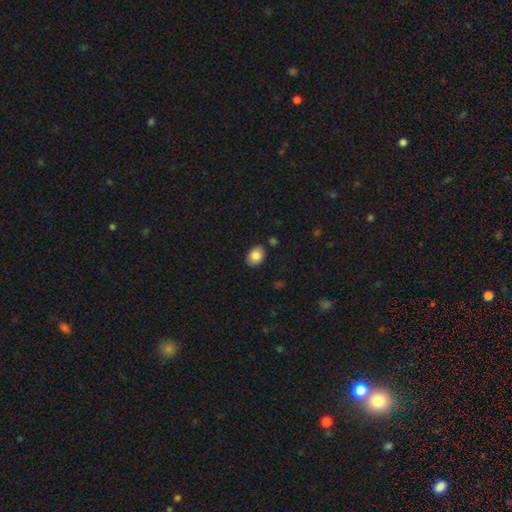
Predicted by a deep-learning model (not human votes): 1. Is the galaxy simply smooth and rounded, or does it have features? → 84% smooth, 8% featured or disk, 8% star or artifact.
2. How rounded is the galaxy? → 76% in between, 23% round, 1% cigar-shaped.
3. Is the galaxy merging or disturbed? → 83% none, 12% minor disturbance, 2% merger, 2% major disturbance.